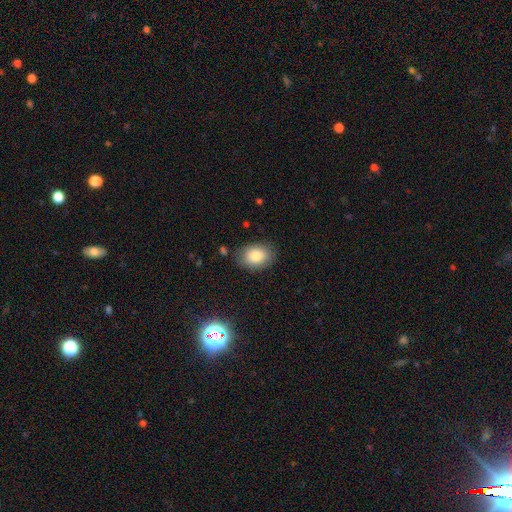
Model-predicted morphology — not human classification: smooth 84%, featured or disk 8%, star or artifact 8%. Down the decision tree: how rounded — in between (77%); merging — none (81%).